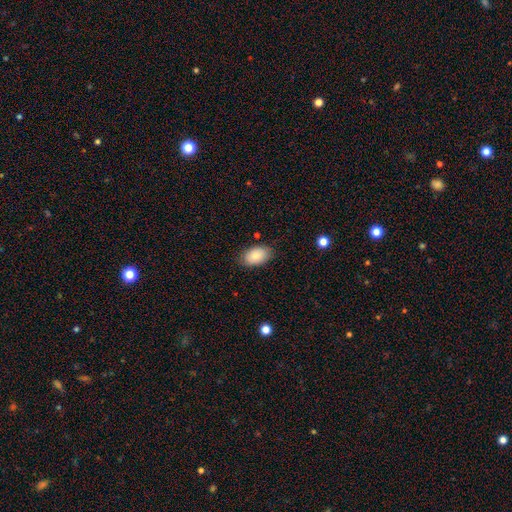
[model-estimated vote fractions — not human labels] A smooth galaxy with no disk features (86%) that is in between round and cigar-shaped (92%).

Vote fractions:
- Smooth or featured? smooth: 86% / featured or disk: 7% / star or artifact: 7%
- How rounded? in between: 92% / round: 6% / cigar-shaped: 1%
- Merging? none: 82% / minor disturbance: 14% / major disturbance: 3% / merger: 1%